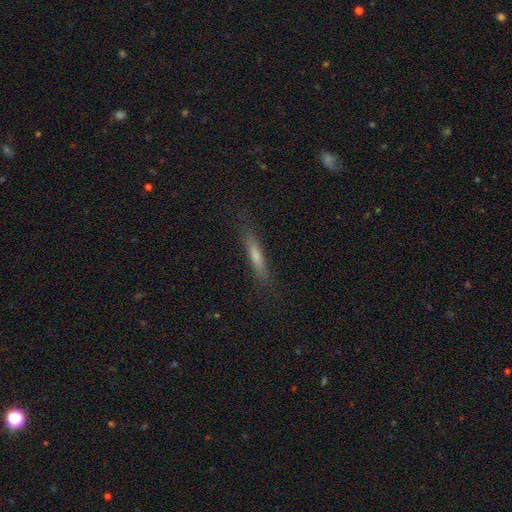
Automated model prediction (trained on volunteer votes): The model was most divided on "smooth or featured": smooth: 53%, featured or disk: 37%, star or artifact: 9%. More confident: how rounded — cigar-shaped (90%); merging — none (83%).